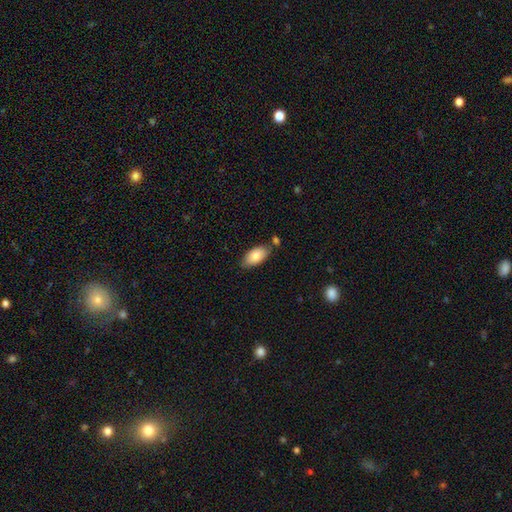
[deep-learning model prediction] smooth 82%, featured or disk 12%, star or artifact 7%. Down the decision tree: how rounded — in between (94%); merging — none (71%).